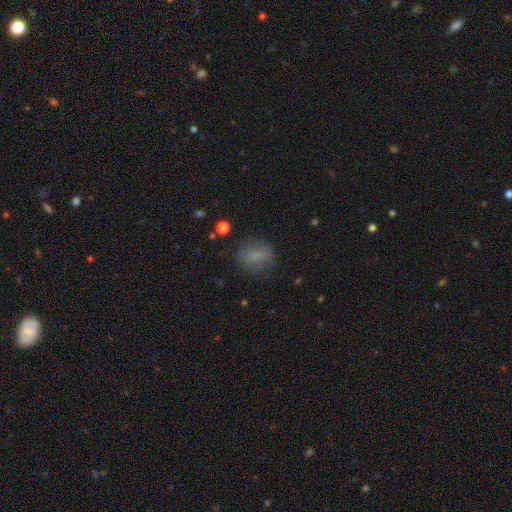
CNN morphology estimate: smooth 75%, featured or disk 14%, star or artifact 11%. Down the decision tree: how rounded — in between (50%); merging — none (78%).